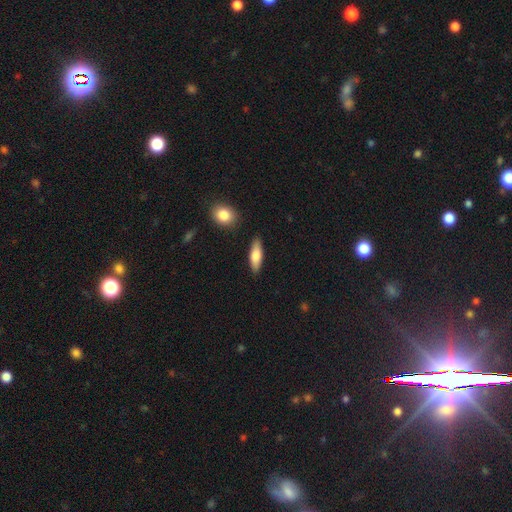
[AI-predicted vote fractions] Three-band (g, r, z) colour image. It shows a smooth galaxy with no disk features (75%) that is in between round and cigar-shaped (56%). Merging: none (86%).